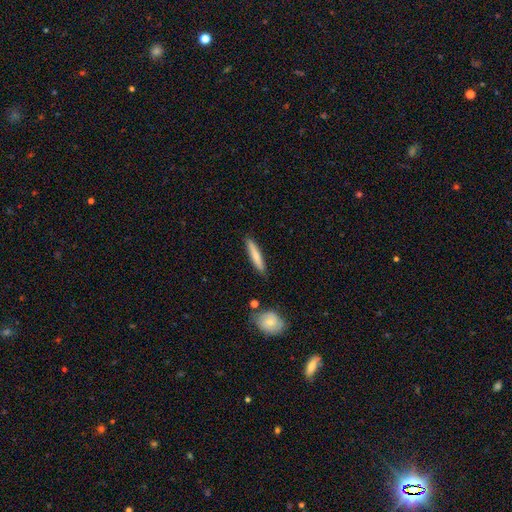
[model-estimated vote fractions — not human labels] This appears to be a smooth galaxy with no disk features (72%) that is cigar-shaped (89%). Merging: none (86%).